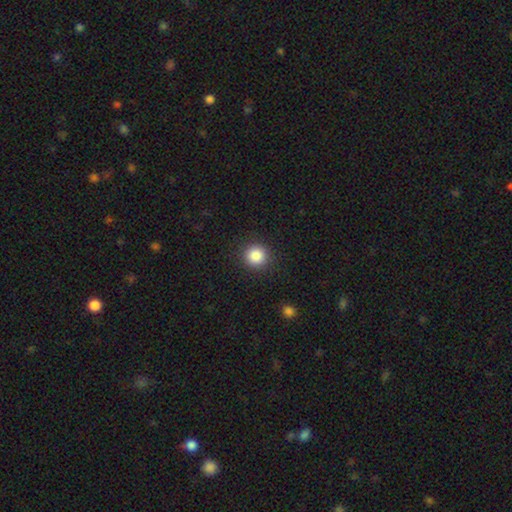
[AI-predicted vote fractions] Overall: smooth (86%). How rounded: round (94%). Merging: none (91%).